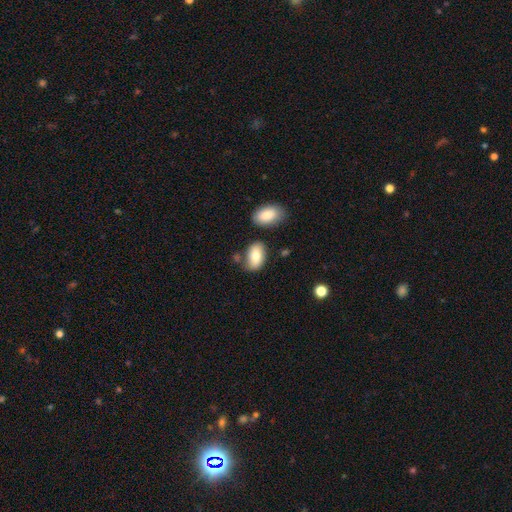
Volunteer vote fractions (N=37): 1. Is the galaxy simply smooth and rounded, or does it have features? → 89% smooth, 5% featured or disk, 5% star or artifact.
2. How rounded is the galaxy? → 88% in between, 9% round, 3% cigar-shaped.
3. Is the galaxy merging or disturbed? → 57% none, 23% minor disturbance, 17% merger, 3% major disturbance.